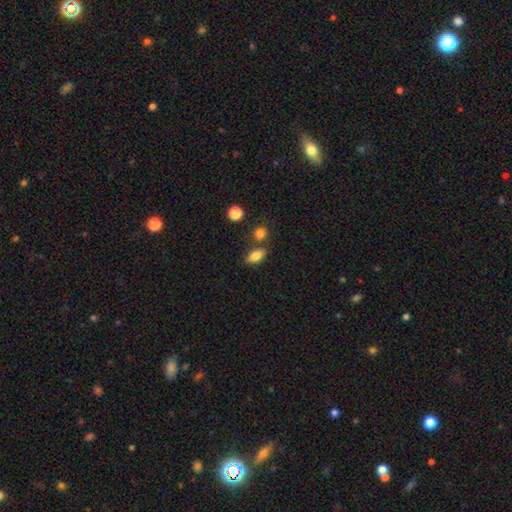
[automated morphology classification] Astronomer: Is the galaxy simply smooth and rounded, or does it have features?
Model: smooth — 80%.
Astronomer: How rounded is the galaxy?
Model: in between — 82%.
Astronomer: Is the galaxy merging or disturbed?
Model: none — 70%.